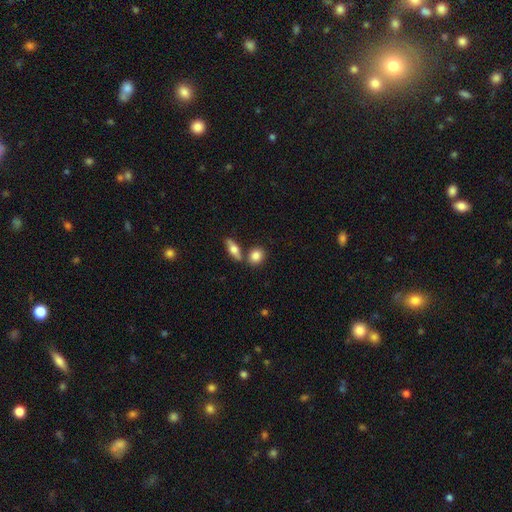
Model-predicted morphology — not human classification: The model was most divided on "how rounded": in between: 50%, round: 45%, cigar-shaped: 5%. More confident: smooth or featured — smooth (82%); merging — none (67%).